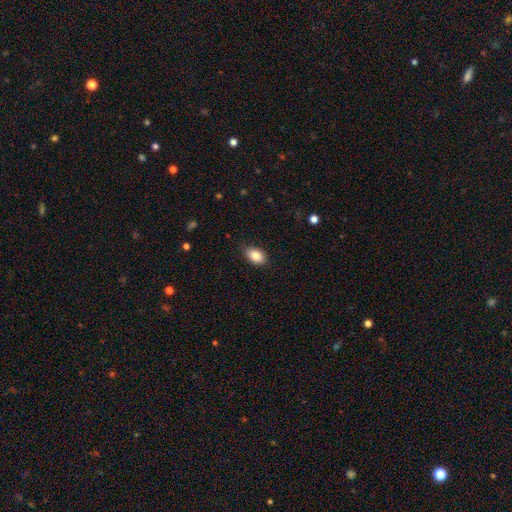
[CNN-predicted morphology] smooth-or-featured: smooth: 85% | star or artifact: 8% | featured or disk: 7%
  how-rounded: in between: 87% | round: 12% | cigar-shaped: 2%
  merging: none: 82% | minor disturbance: 15% | major disturbance: 2% | merger: 1%